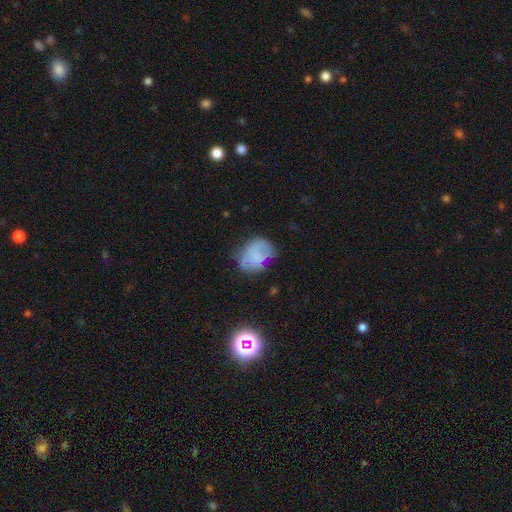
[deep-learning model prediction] Smooth or featured?
  - smooth: 59% *
  - featured or disk: 31%
  - star or artifact: 10%
How rounded?
  - in between: 52% *
  - round: 47%
  - cigar-shaped: 1%
Merging?
  - none: 52% *
  - minor disturbance: 29%
  - major disturbance: 15%
  - merger: 3%